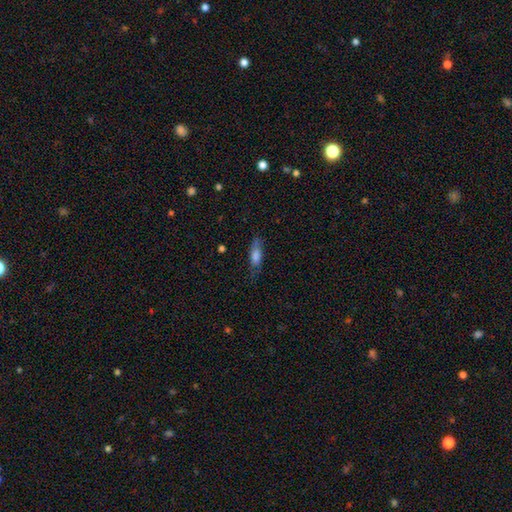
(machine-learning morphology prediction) A smooth galaxy with no disk features (59%) that is in between round and cigar-shaped (51%). Merging: none (68%).